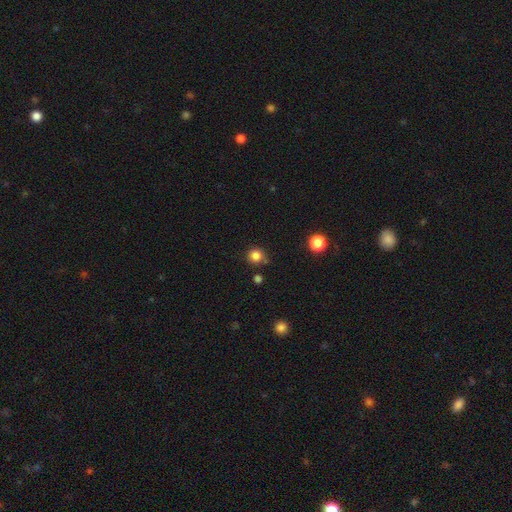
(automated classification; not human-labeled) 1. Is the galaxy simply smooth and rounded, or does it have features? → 83% smooth, 13% star or artifact, 4% featured or disk.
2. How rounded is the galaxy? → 92% round, 7% in between, 1% cigar-shaped.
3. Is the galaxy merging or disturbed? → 80% none, 12% minor disturbance, 5% merger, 3% major disturbance.